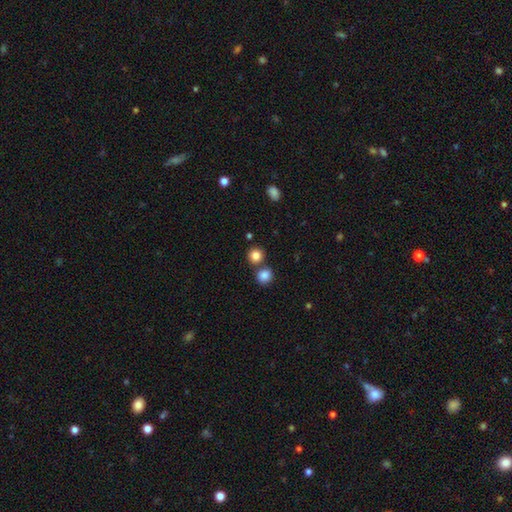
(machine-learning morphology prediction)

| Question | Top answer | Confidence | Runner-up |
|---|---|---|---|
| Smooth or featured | smooth | 84% | star or artifact (11%) |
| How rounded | round | 91% | in between (9%) |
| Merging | none | 70% | merger (20%) |